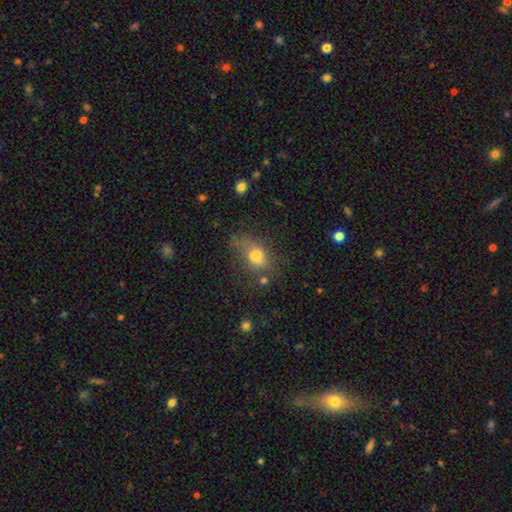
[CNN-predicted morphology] Overall: smooth (65%). How rounded: in between (76%). Merging: none (39%; minor disturbance 26%).